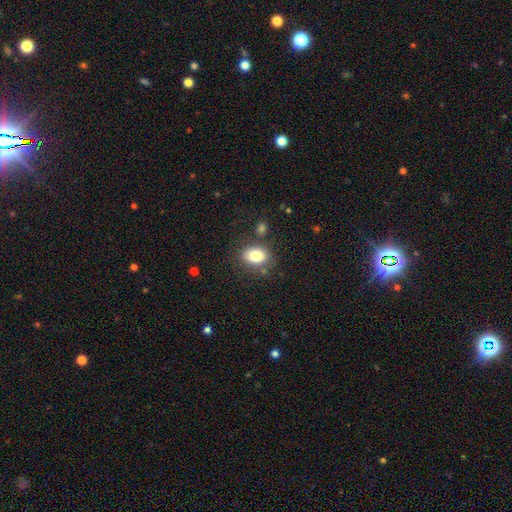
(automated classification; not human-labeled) smooth-or-featured: smooth: 82% | featured or disk: 9% | star or artifact: 9%
  how-rounded: in between: 68% | round: 31% | cigar-shaped: 1%
  merging: none: 75% | minor disturbance: 13% | merger: 7% | major disturbance: 4%